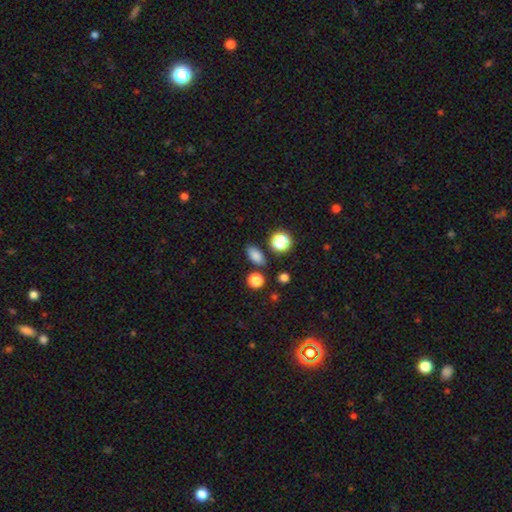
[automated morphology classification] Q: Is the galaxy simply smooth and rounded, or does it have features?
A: smooth — 80%.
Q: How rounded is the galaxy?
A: in between — 82%.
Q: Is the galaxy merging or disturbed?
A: none — 83%.